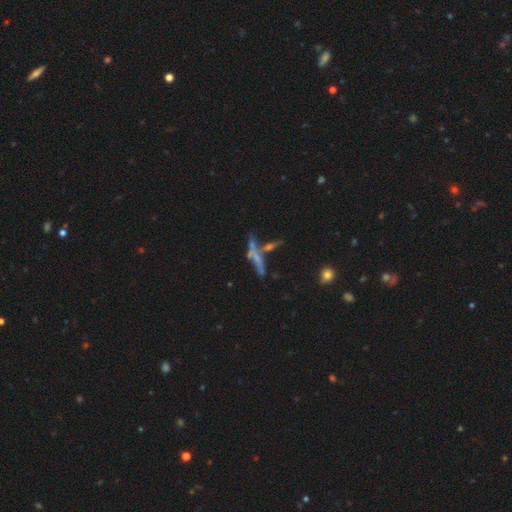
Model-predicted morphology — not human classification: Smooth or featured? featured or disk (51%)
Edge-on disk? yes (58%)
Merging? none (38%)